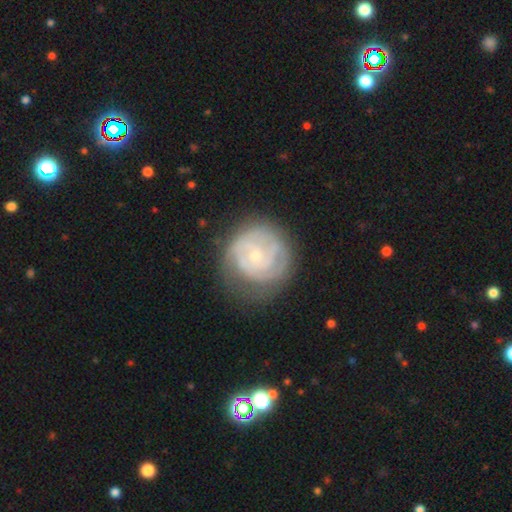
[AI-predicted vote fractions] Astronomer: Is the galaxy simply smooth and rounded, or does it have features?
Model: featured or disk — 75%.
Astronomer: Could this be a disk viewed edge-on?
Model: no — 98%.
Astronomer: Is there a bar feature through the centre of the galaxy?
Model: no — 74%.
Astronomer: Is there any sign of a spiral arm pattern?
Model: yes — 86%.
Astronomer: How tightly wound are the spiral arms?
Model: tight — 68%.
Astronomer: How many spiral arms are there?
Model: can't tell — 41% (runner-up: 2, 25%).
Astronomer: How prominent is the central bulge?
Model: small — 71%.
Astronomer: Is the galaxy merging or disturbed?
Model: none — 65%.